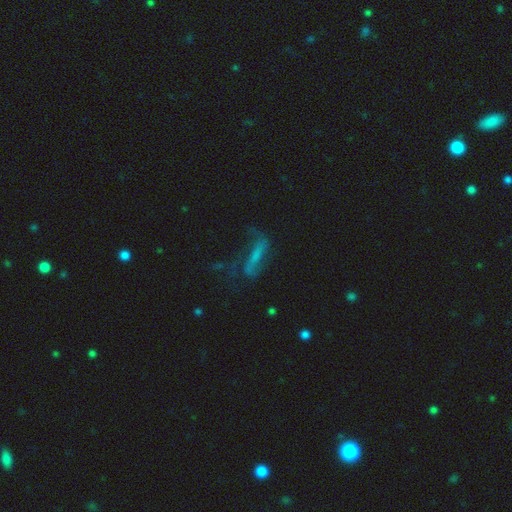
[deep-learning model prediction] Overall: featured or disk (53%; smooth 30%). Edge-on disk: no (71%). Merging: none (47%; major disturbance 27%).